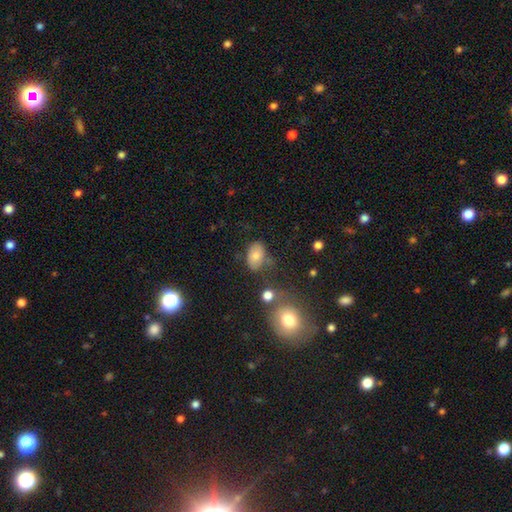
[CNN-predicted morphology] This is likely a smooth galaxy (77%). How rounded: clearly in between (84%). Merging: likely none (60%).